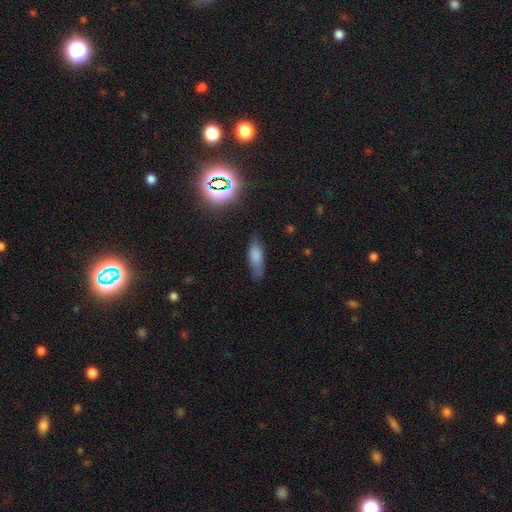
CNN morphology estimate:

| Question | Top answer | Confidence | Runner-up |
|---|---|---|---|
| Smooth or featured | smooth | 73% | featured or disk (16%) |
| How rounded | in between | 58% | cigar-shaped (40%) |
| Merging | none | 72% | minor disturbance (21%) |